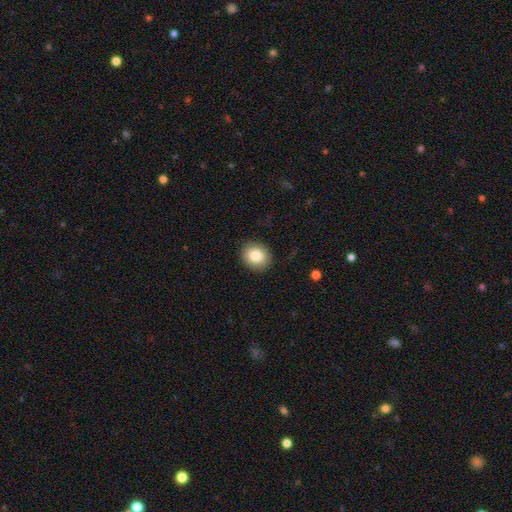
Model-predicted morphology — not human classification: Q: Smooth or featured?
A: smooth (85%); runner-up: star or artifact (8%)
Q: How rounded?
A: round (67%); runner-up: in between (32%)
Q: Merging?
A: none (89%); runner-up: minor disturbance (8%)